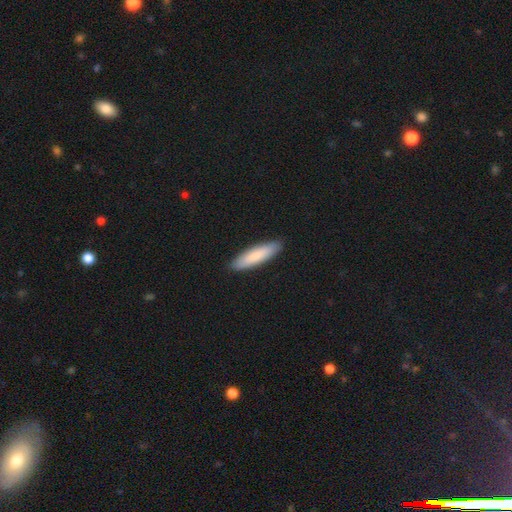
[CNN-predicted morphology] The model was most divided on "how rounded": cigar-shaped: 70%, in between: 29%, round: 1%. More confident: merging — none (90%); smooth or featured — smooth (84%).